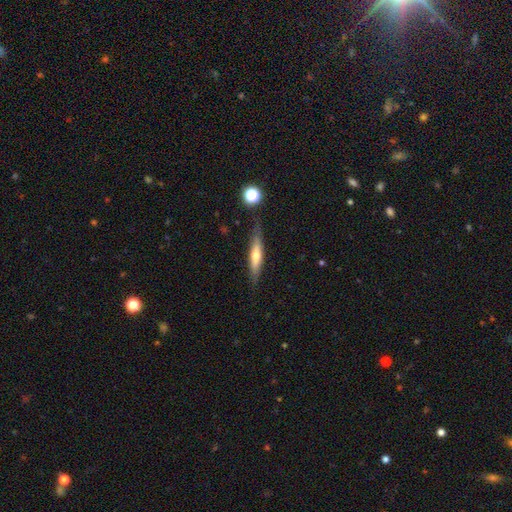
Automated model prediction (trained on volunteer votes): The model was most divided on "smooth or featured": featured or disk: 48%, smooth: 45%, star or artifact: 7%. More confident: merging — none (82%).